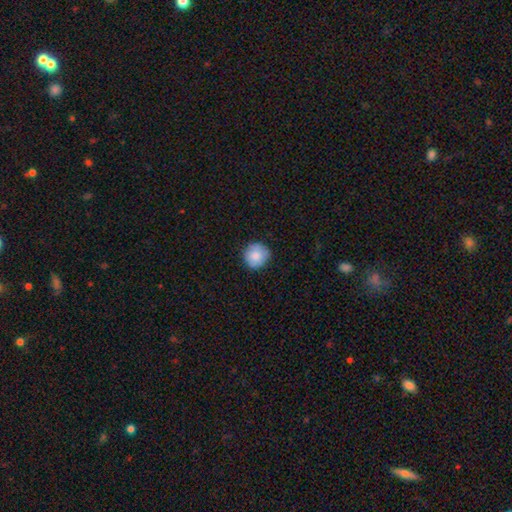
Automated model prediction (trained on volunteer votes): Smooth or featured? Predicted: smooth (p=0.84). How rounded? Predicted: round (p=0.93). Merging? Predicted: none (p=0.83).